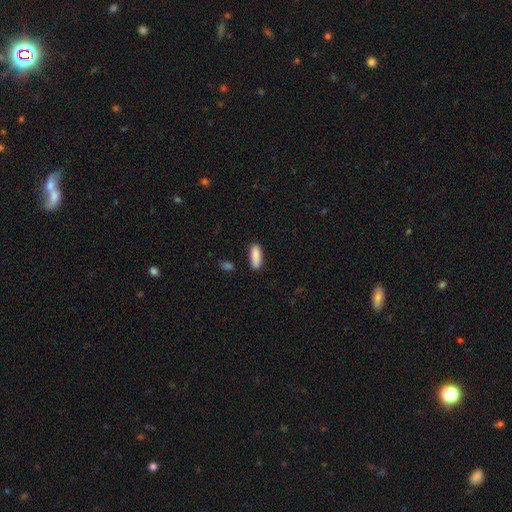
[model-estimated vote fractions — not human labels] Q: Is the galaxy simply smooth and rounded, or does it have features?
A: smooth — 89%.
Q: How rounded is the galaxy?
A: in between — 62%.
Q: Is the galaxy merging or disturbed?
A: none — 83%.